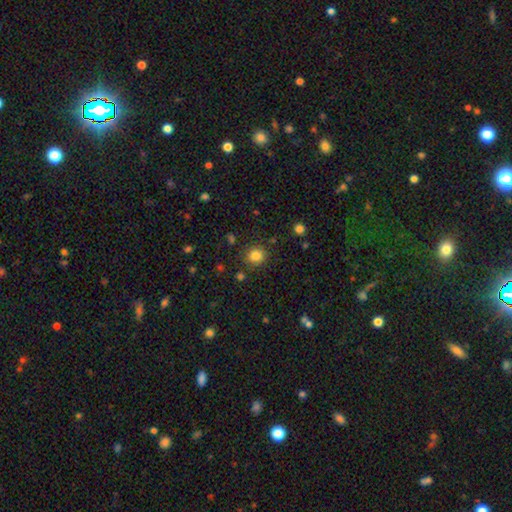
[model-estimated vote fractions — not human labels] smooth_or_featured: smooth (p=0.83) [alt: star or artifact p=0.12]
how_rounded: round (p=0.86) [alt: in between p=0.13]
merging: none (p=0.87) [alt: minor disturbance p=0.08]